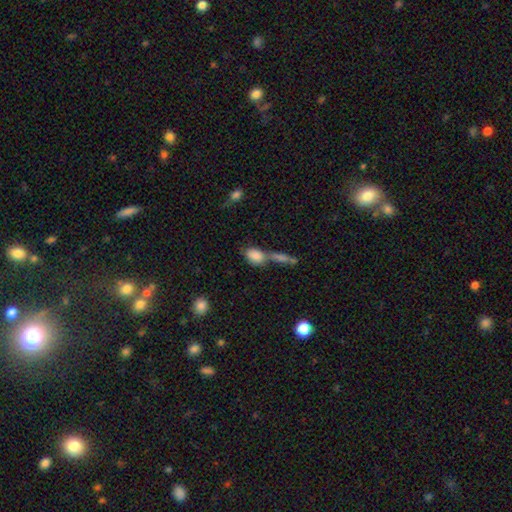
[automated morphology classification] This appears to be a smooth galaxy with no disk features (82%) that is in between round and cigar-shaped (80%). Merging: merger (56%).